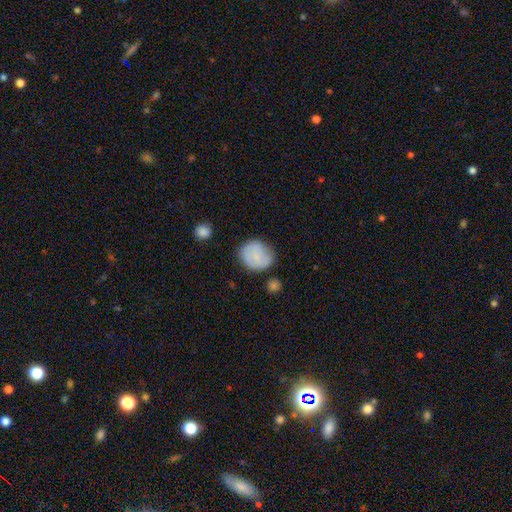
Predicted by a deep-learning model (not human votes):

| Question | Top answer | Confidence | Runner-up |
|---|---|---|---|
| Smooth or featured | smooth | 78% | featured or disk (14%) |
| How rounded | round | 80% | in between (19%) |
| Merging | none | 64% | minor disturbance (25%) |